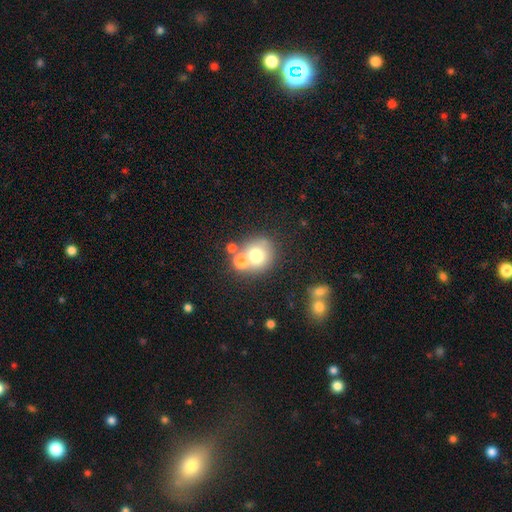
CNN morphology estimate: Q: Smooth or featured?
A: smooth (69%); runner-up: featured or disk (18%)
Q: How rounded?
A: round (81%); runner-up: in between (18%)
Q: Merging?
A: none (48%); runner-up: merger (36%)